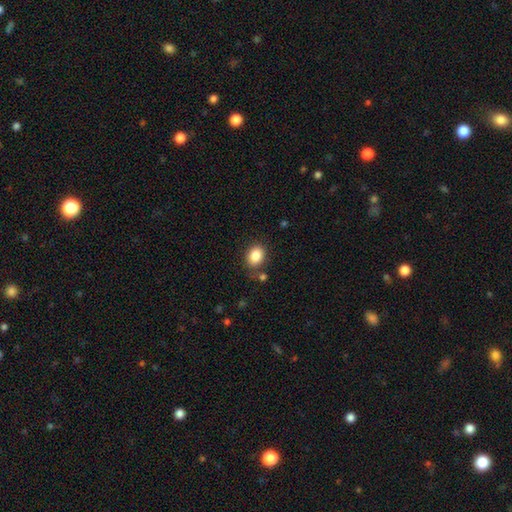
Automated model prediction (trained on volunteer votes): Morphology: type=smooth (86%); roundness=in between (61%); merging=none (79%).